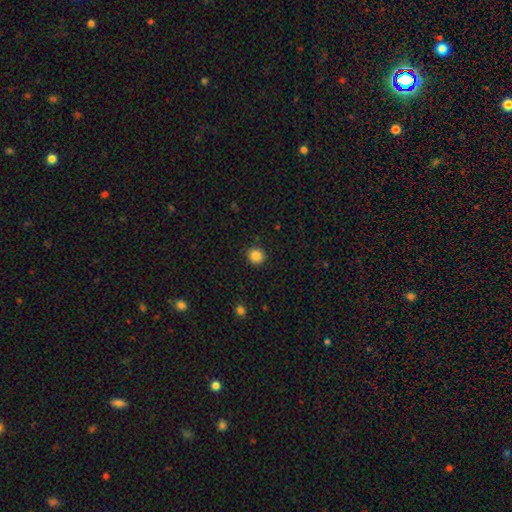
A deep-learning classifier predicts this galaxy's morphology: Smooth or featured? smooth (87%)
How rounded? round (90%)
Merging? none (91%)